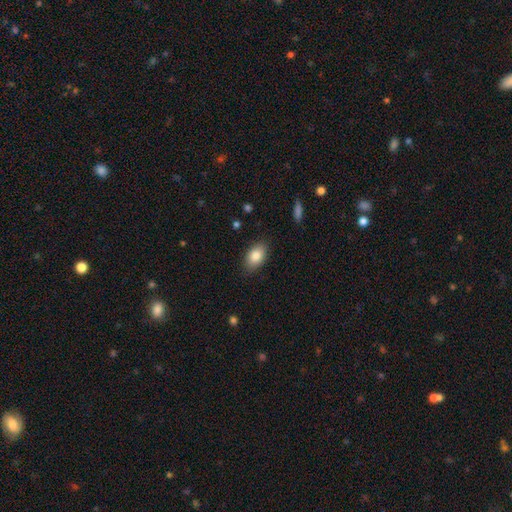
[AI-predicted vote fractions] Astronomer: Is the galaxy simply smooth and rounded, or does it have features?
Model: smooth — 84%.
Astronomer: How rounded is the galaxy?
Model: in between — 90%.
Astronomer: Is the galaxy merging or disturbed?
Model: none — 85%.